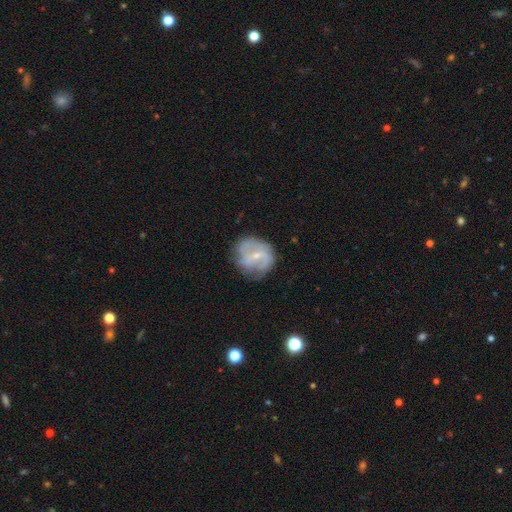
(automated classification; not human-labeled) This appears to be a featured or disk galaxy (70%) with a weak bar (47%), 2 (54%) medium (44%) spiral arms (81%) and a small central bulge (69%). Merging: none (61%).